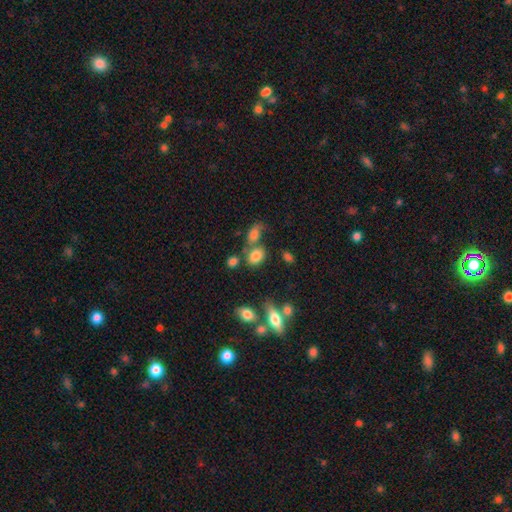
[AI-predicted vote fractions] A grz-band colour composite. It shows a smooth galaxy with no disk features (79%) that is in between round and cigar-shaped (74%). Merging: none (53%).